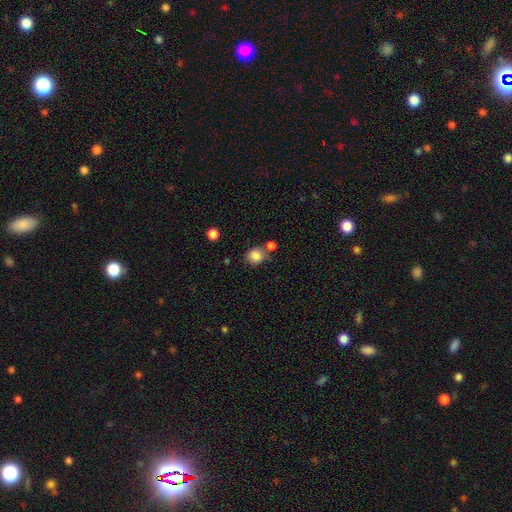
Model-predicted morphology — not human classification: Smooth or featured?
  - smooth: 86% *
  - star or artifact: 10%
  - featured or disk: 5%
How rounded?
  - round: 79% *
  - in between: 20%
  - cigar-shaped: 1%
Merging?
  - none: 60% *
  - merger: 21%
  - minor disturbance: 14%
  - major disturbance: 5%